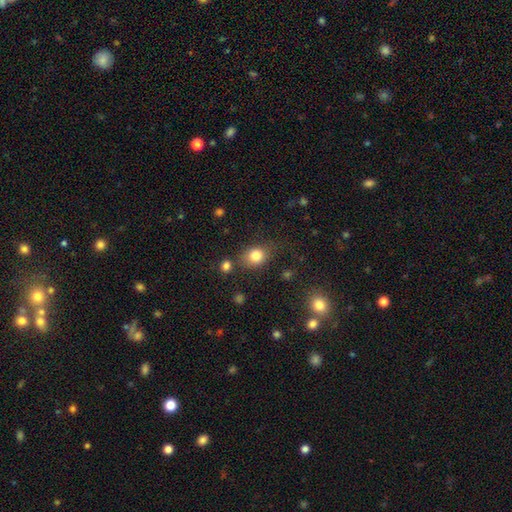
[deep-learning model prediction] smooth-or-featured: smooth: 83% | star or artifact: 10% | featured or disk: 7%
  how-rounded: round: 55% | in between: 44% | cigar-shaped: 1%
  merging: none: 70% | minor disturbance: 17% | merger: 7% | major disturbance: 6%